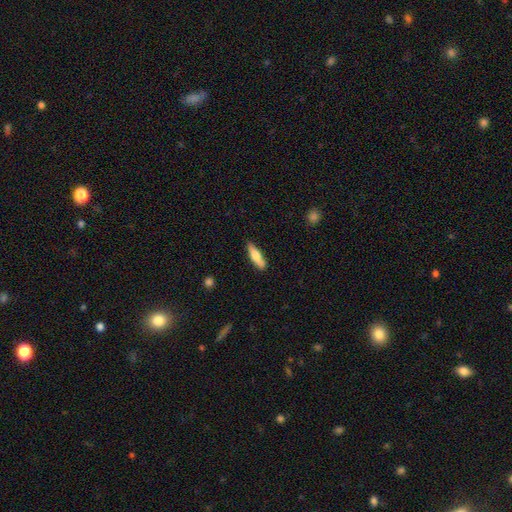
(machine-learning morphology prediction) Smooth or featured?
  - smooth: 62% *
  - featured or disk: 33%
  - star or artifact: 6%
How rounded?
  - cigar-shaped: 68% *
  - in between: 30%
  - round: 2%
Merging?
  - none: 81% *
  - minor disturbance: 14%
  - merger: 3%
  - major disturbance: 3%